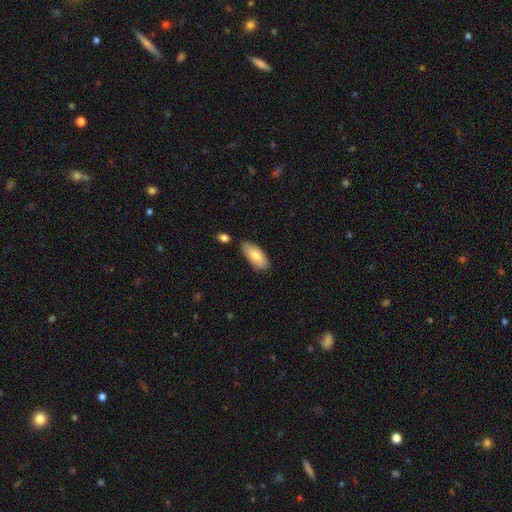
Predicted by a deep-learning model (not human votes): Smooth or featured?
  - smooth: 80% *
  - featured or disk: 15%
  - star or artifact: 6%
How rounded?
  - in between: 86% *
  - cigar-shaped: 12%
  - round: 2%
Merging?
  - none: 76% *
  - minor disturbance: 16%
  - merger: 5%
  - major disturbance: 3%